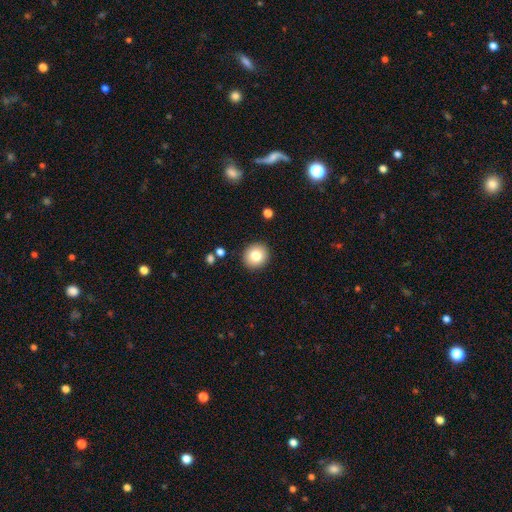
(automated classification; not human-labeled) A smooth galaxy with no disk features (80%) that is round (88%). Merging: none (91%).